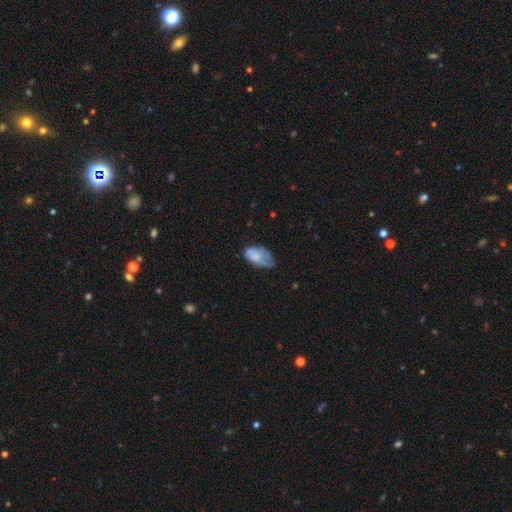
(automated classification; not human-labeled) This is likely a smooth galaxy (64%). How rounded: clearly in between (92%). Merging: marginally minor disturbance (40%).